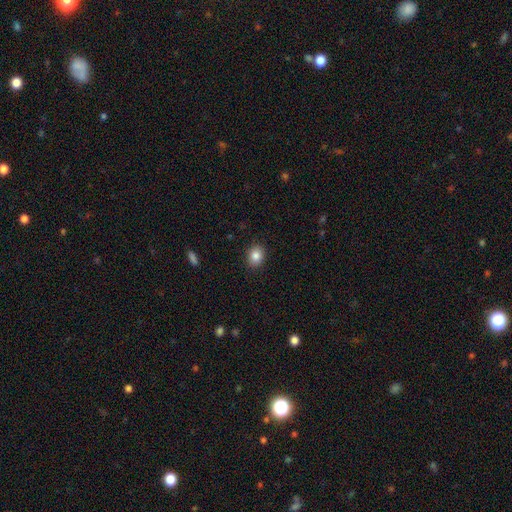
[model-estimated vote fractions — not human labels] Q: Smooth or featured?
A: smooth (85%); runner-up: star or artifact (9%)
Q: How rounded?
A: round (50%); runner-up: in between (49%)
Q: Merging?
A: none (90%); runner-up: minor disturbance (7%)